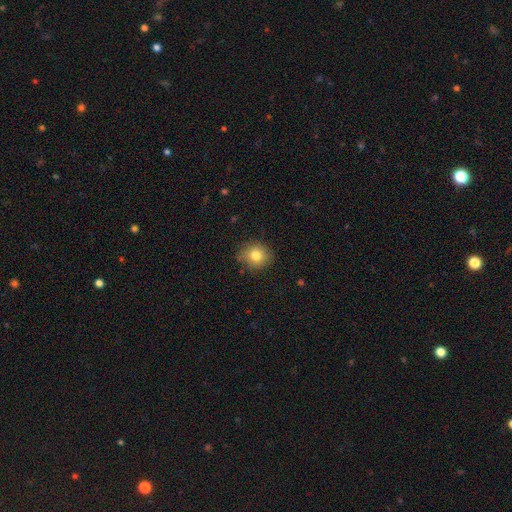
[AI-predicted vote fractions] Morphology: type=smooth (79%); roundness=round (84%); merging=none (84%).